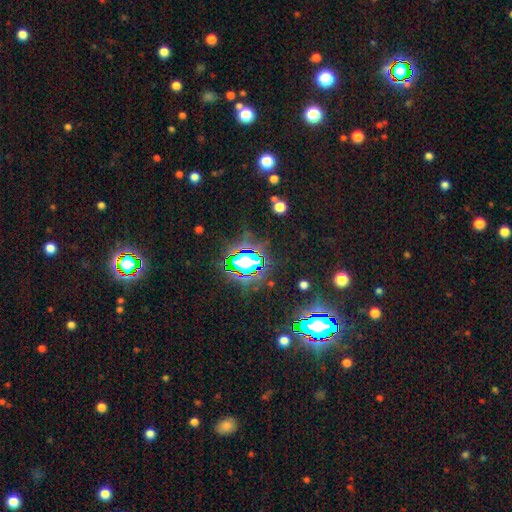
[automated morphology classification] A star or artifact, not a galaxy (82%).